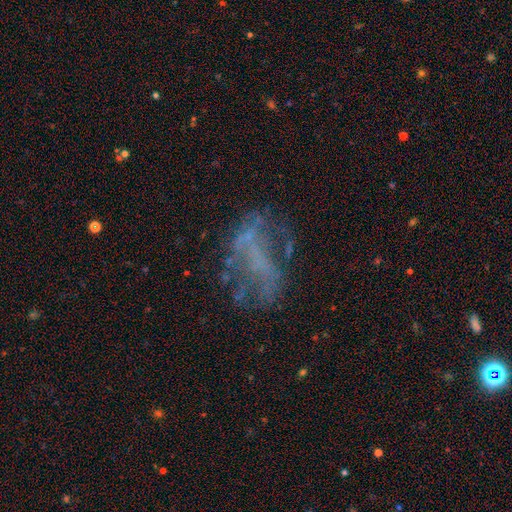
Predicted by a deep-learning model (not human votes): smooth-or-featured: featured or disk: 58% | star or artifact: 21% | smooth: 21%
  disk-edge-on: no: 95% | yes: 5%
    bar: no: 68% | weak: 19% | strong: 13%
    has-spiral-arms: no: 71% | yes: 29%
    bulge-size: none: 79% | small: 12% | moderate: 6% | large: 2% | dominant: 1%
  merging: none: 50% | major disturbance: 27% | minor disturbance: 19% | merger: 4%